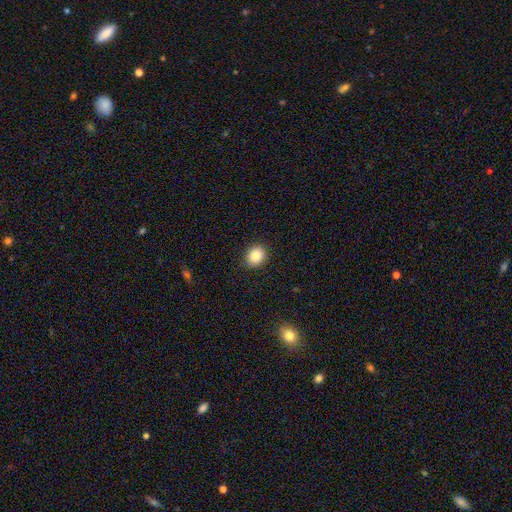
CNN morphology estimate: Smooth or featured? smooth (86%)
How rounded? round (64%)
Merging? none (90%)